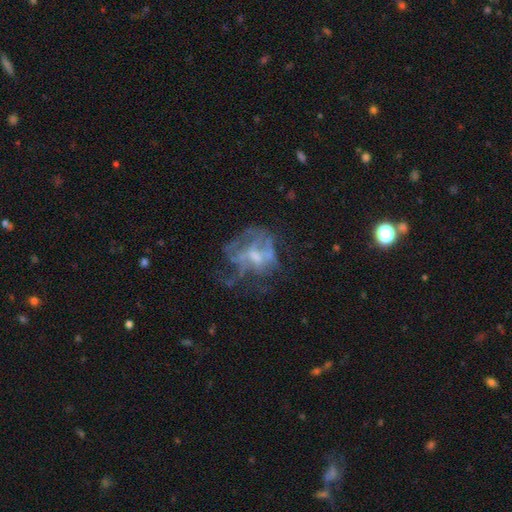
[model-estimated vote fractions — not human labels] Overall: featured or disk (64%). Edge-on disk: no (97%). Bar: no (70%). Spiral arms: no (69%; yes 31%). Bulge size: moderate (38%; small 36%). Merging: none (42%; major disturbance 36%).